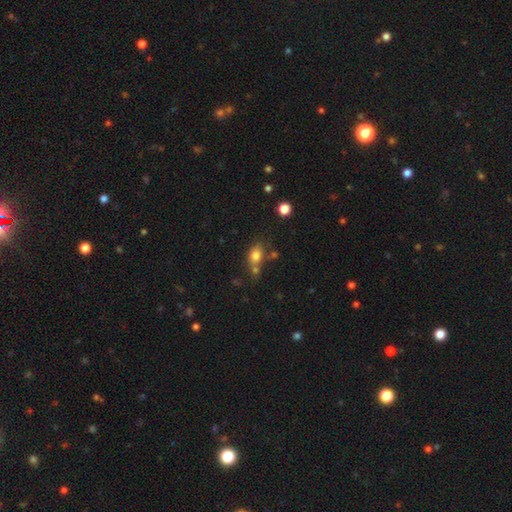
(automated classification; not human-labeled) The model was most divided on "merging": none: 50%, merger: 26%, minor disturbance: 18%, major disturbance: 7%. More confident: smooth or featured — smooth (78%); how rounded — in between (70%).